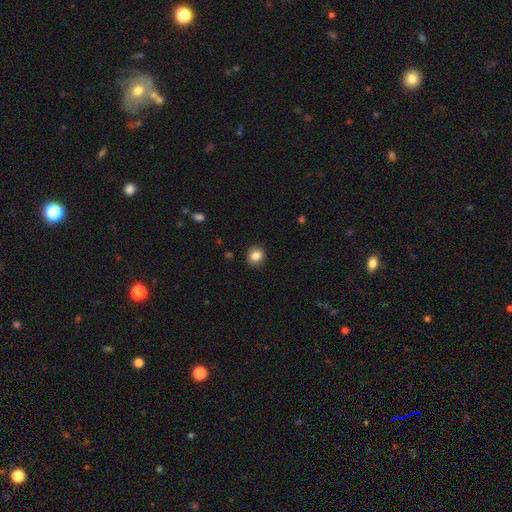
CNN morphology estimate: This appears to be a smooth galaxy with no disk features (85%) that is round (82%). Merging: none (90%).